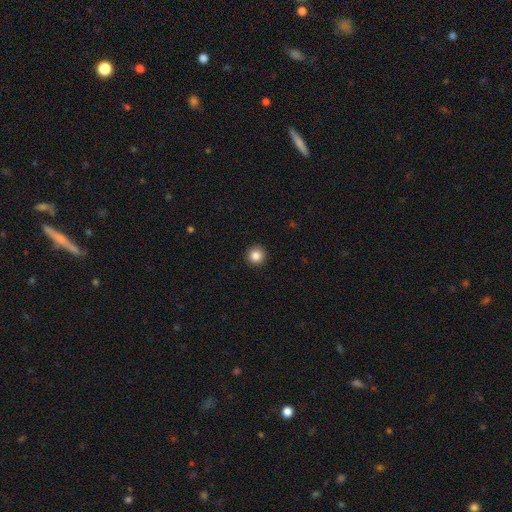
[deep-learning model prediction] Q: Smooth or featured?
A: smooth (86%); runner-up: star or artifact (10%)
Q: How rounded?
A: round (95%); runner-up: in between (4%)
Q: Merging?
A: none (93%); runner-up: minor disturbance (5%)